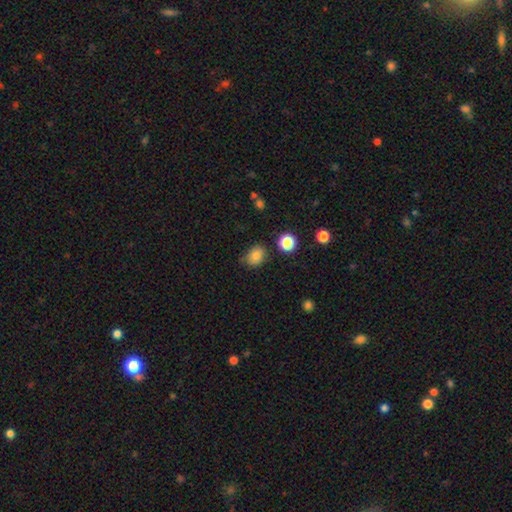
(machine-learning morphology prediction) This appears to be a smooth galaxy with no disk features (80%) that is in between round and cigar-shaped (52%). Merging: none (72%).